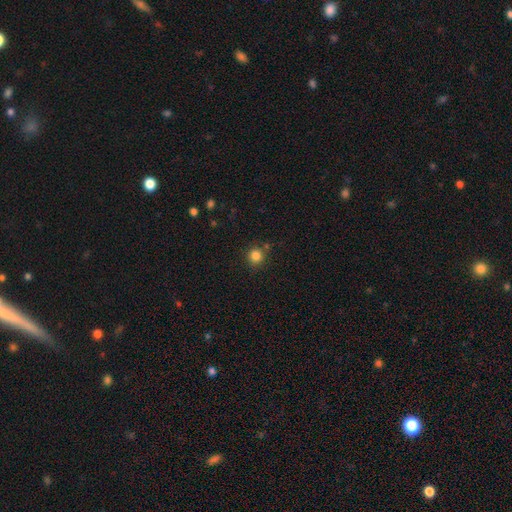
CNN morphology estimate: A smooth galaxy with no disk features (83%) that is round (92%). Merging: none (81%).